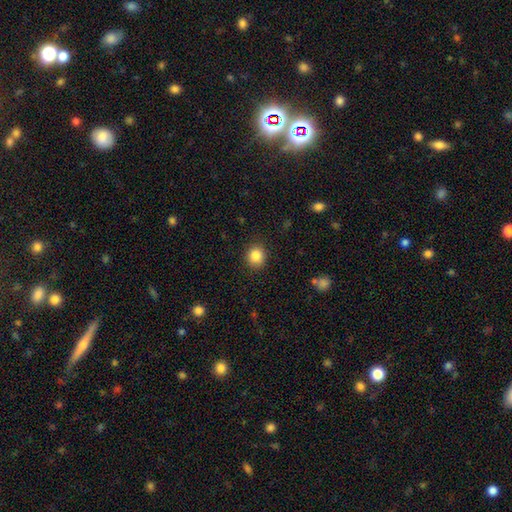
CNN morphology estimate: This appears to be a smooth galaxy with no disk features (86%) that is round (81%). Merging: none (88%).